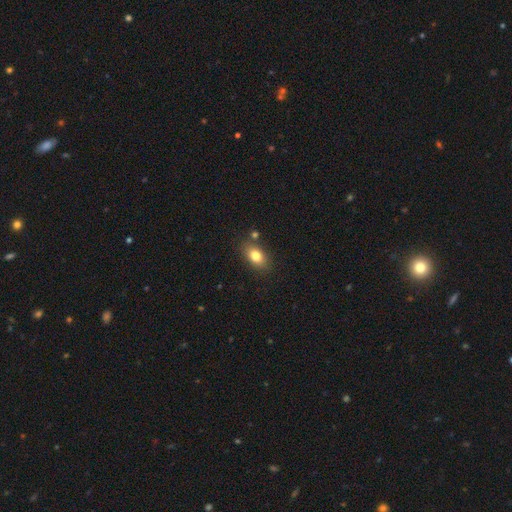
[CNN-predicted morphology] Q: Smooth or featured?
A: smooth (80%); runner-up: featured or disk (11%)
Q: How rounded?
A: in between (84%); runner-up: round (14%)
Q: Merging?
A: none (79%); runner-up: minor disturbance (12%)